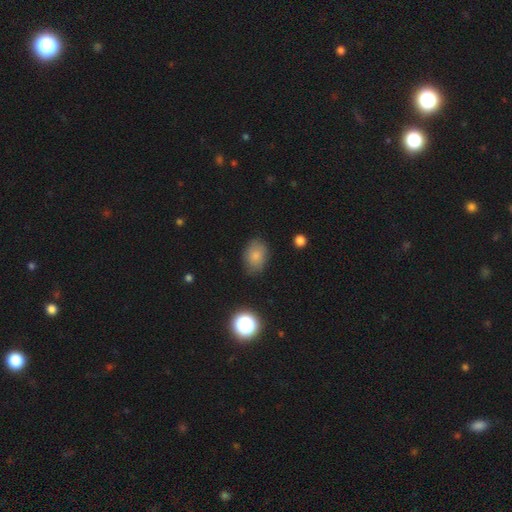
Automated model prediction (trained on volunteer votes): Smooth or featured? smooth (81%)
How rounded? in between (81%)
Merging? none (79%)